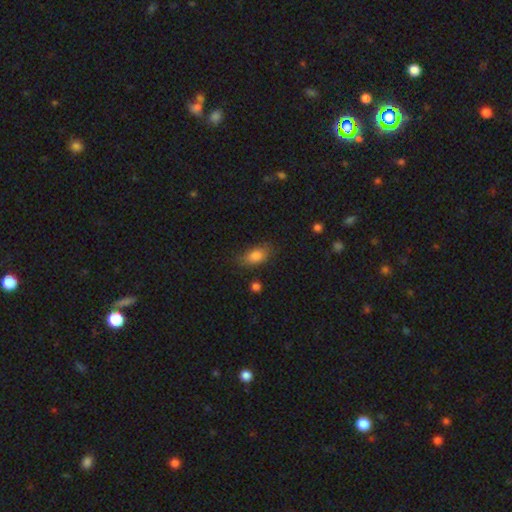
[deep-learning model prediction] A smooth galaxy with no disk features (84%) that is in between round and cigar-shaped (86%). Merging: none (69%).